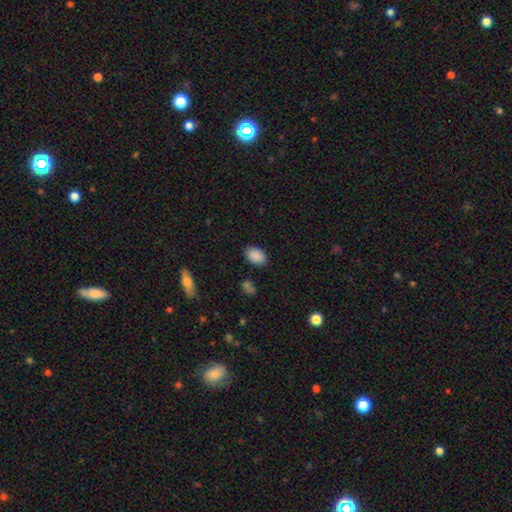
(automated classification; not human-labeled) Smooth or featured? Predicted: smooth (p=0.89). How rounded? Predicted: in between (p=0.88). Merging? Predicted: none (p=0.86).